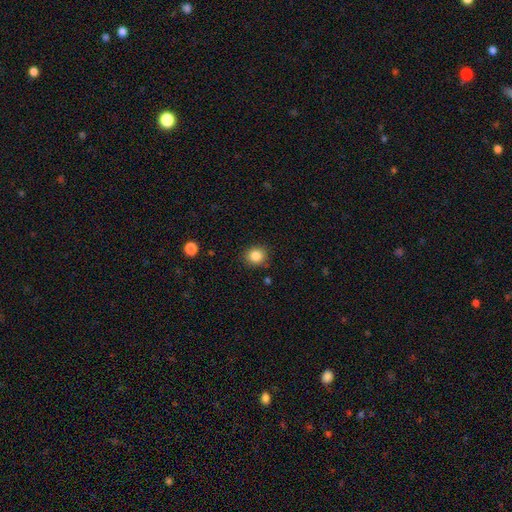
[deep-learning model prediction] Smooth or featured? Predicted: smooth (p=0.86). How rounded? Predicted: round (p=0.85). Merging? Predicted: none (p=0.87).